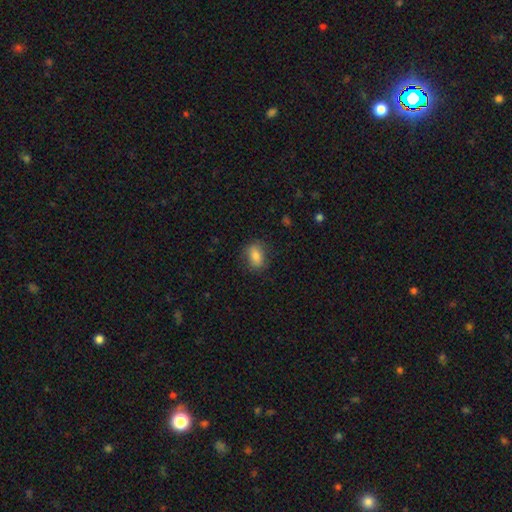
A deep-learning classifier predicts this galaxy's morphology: A smooth galaxy with no disk features (81%) that is in between round and cigar-shaped (81%). Merging: none (79%).